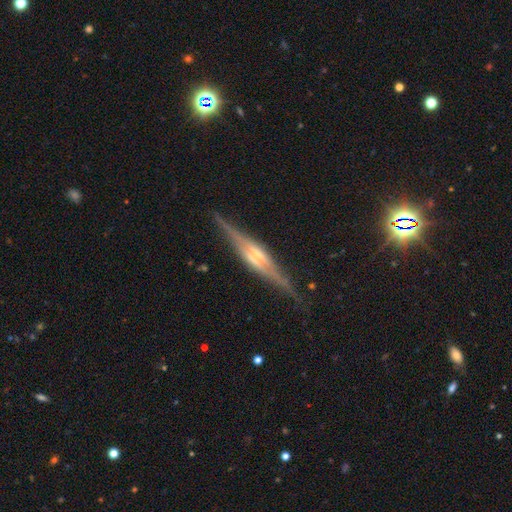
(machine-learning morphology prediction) Smooth or featured?
  - featured or disk: 85% *
  - smooth: 9%
  - star or artifact: 6%
Edge-on disk?
  - yes: 97% *
  - no: 3%
Edge-on bulge?
  - rounded: 62% *
  - boxy: 30%
  - none: 8%
Merging?
  - none: 85% *
  - minor disturbance: 11%
  - major disturbance: 3%
  - merger: 1%